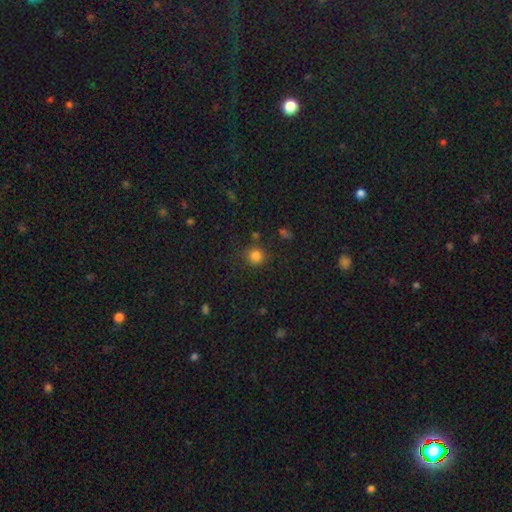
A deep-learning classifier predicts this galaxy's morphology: Q: Smooth or featured?
A: smooth (81%); runner-up: star or artifact (14%)
Q: How rounded?
A: round (90%); runner-up: in between (9%)
Q: Merging?
A: none (82%); runner-up: minor disturbance (10%)